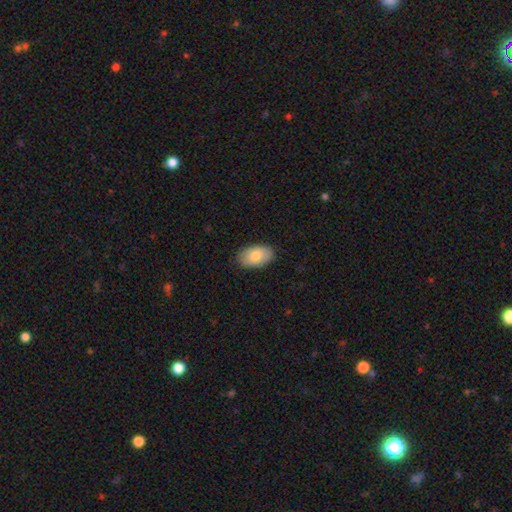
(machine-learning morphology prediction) smooth-or-featured: smooth: 79% | featured or disk: 15% | star or artifact: 6%
  how-rounded: in between: 94% | round: 5% | cigar-shaped: 1%
  merging: none: 86% | minor disturbance: 11% | major disturbance: 2% | merger: 1%